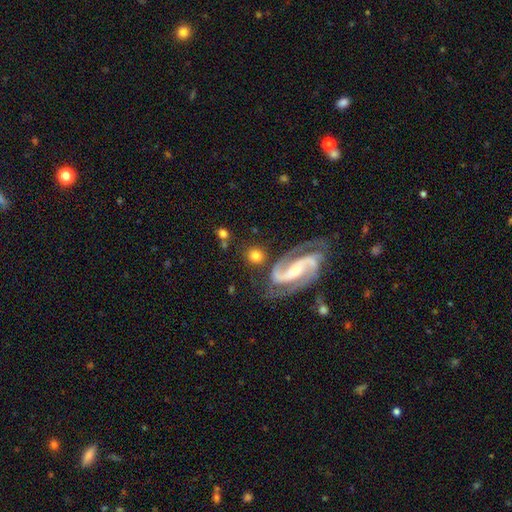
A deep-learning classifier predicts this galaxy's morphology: The model was most divided on "smooth or featured": smooth: 54%, featured or disk: 38%, star or artifact: 8%. More confident: how rounded — round (85%); merging — none (72%).